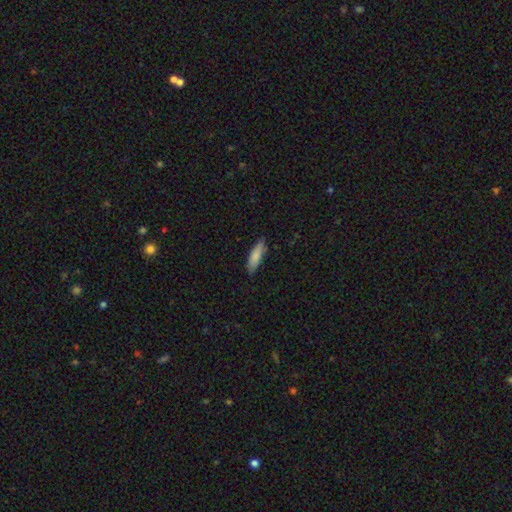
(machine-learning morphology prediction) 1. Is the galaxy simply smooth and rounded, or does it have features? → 83% smooth, 12% featured or disk, 6% star or artifact.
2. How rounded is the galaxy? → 59% cigar-shaped, 40% in between, 2% round.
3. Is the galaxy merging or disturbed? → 83% none, 14% minor disturbance, 2% major disturbance, 1% merger.